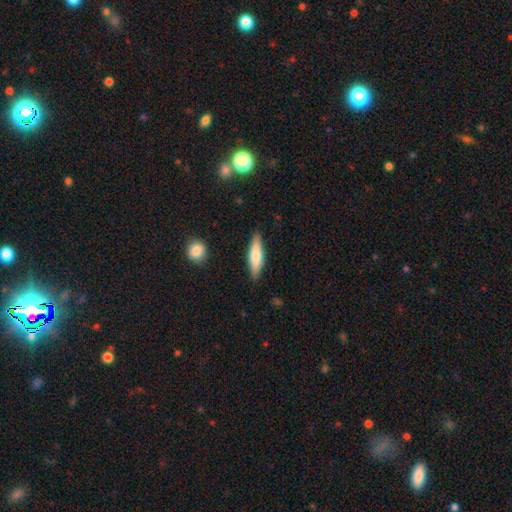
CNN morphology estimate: Smooth or featured: smooth — 62% (featured or disk — 32%)
How rounded: cigar-shaped — 70% (in between — 28%)
Merging: none — 87% (minor disturbance — 9%)